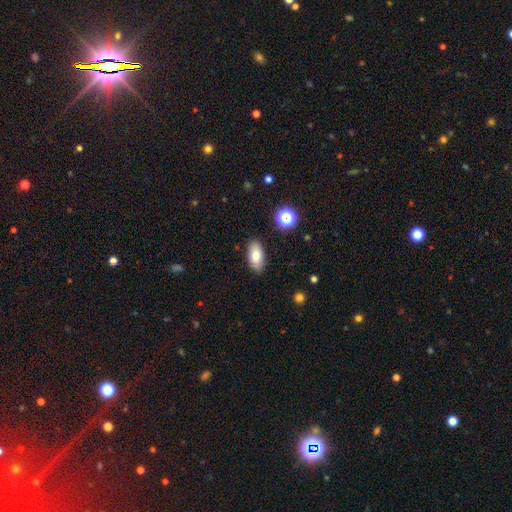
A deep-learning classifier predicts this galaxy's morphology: This appears to be a smooth galaxy with no disk features (76%) that is in between round and cigar-shaped (91%). Merging: none (86%).